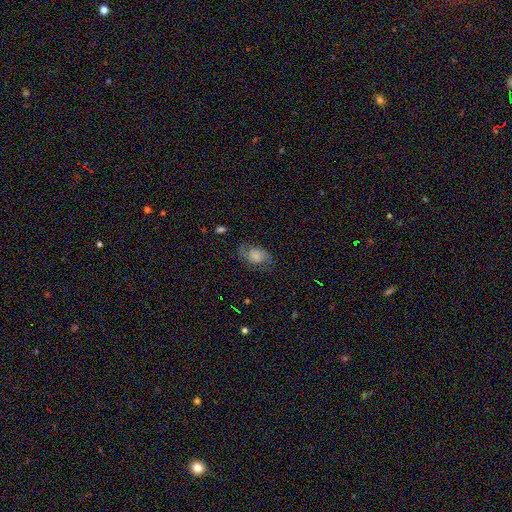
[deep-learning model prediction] Smooth or featured? featured or disk (51%)
Edge-on disk? no (96%)
Merging? none (66%)